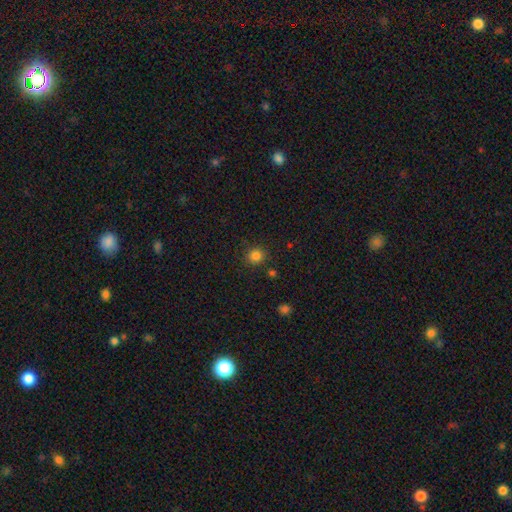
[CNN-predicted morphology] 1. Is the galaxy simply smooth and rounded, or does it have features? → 83% smooth, 13% star or artifact, 4% featured or disk.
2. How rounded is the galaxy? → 88% round, 11% in between, 1% cigar-shaped.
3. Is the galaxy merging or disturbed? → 87% none, 8% minor disturbance, 3% merger, 3% major disturbance.